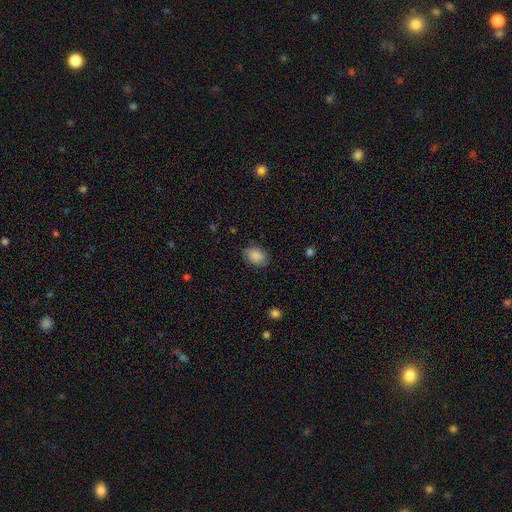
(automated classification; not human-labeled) smooth_or_featured: smooth (p=0.81) [alt: featured or disk p=0.11]
how_rounded: in between (p=0.74) [alt: round p=0.25]
merging: none (p=0.79) [alt: minor disturbance p=0.16]